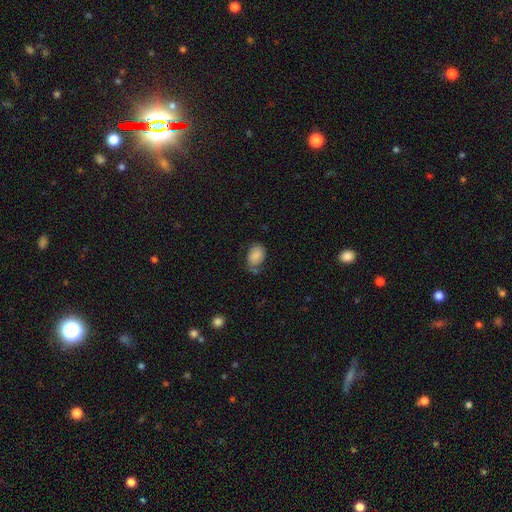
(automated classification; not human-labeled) Smooth or featured? Predicted: smooth (p=0.82). How rounded? Predicted: in between (p=0.78). Merging? Predicted: none (p=0.55).